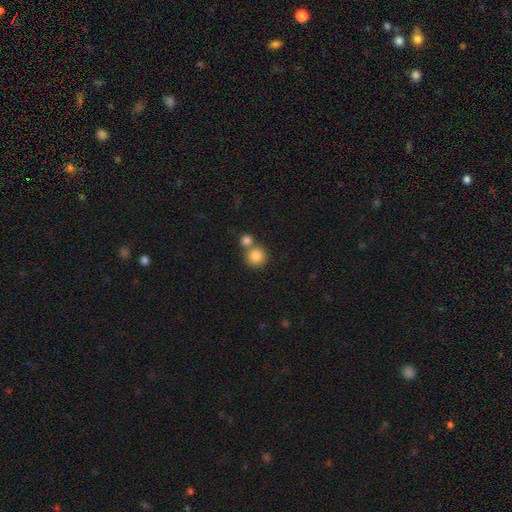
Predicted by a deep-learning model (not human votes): A smooth galaxy with no disk features (83%) that is round (91%). Merging: none (54%).